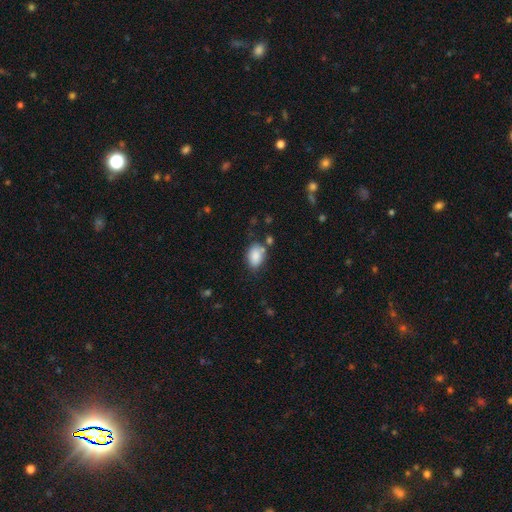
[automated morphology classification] This appears to be a smooth galaxy with no disk features (86%) that is in between round and cigar-shaped (85%). Merging: none (66%).